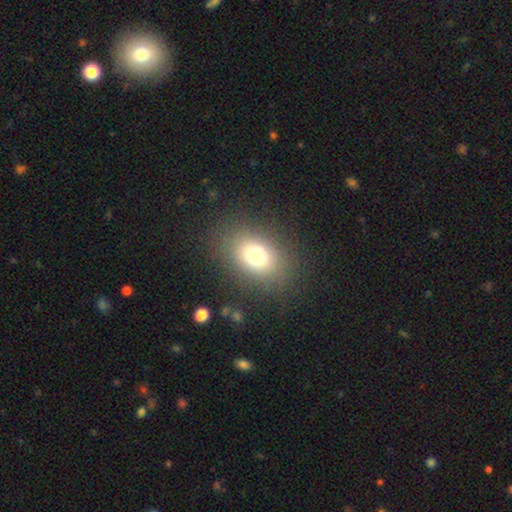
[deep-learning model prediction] This appears to be a smooth galaxy with no disk features (75%) that is in between round and cigar-shaped (76%). Merging: none (84%).